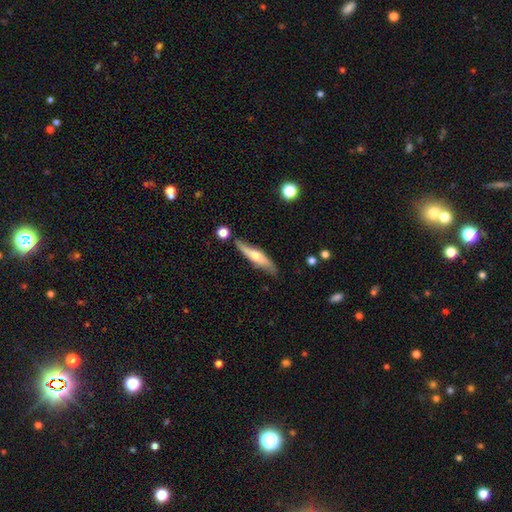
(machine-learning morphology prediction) Smooth or featured? smooth (48%)
Merging? none (74%)